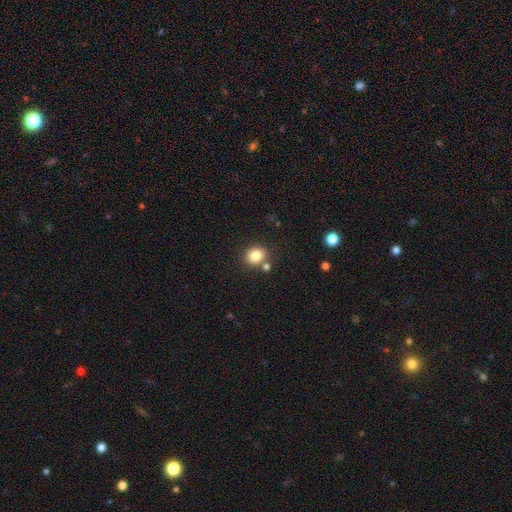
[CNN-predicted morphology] This is clearly a smooth galaxy (83%). How rounded: clearly round (81%). Merging: likely none (77%).